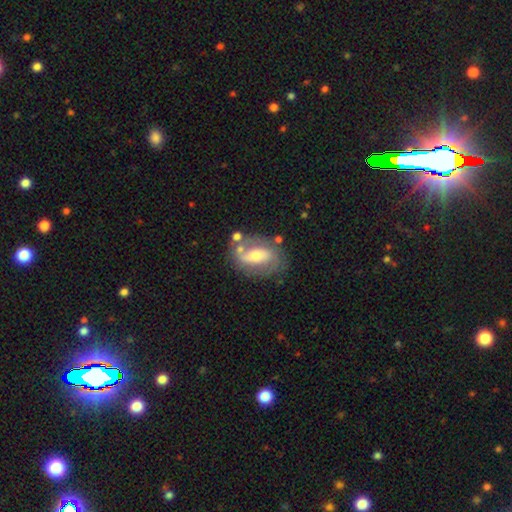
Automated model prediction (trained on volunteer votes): Smooth or featured? featured or disk (67%)
Edge-on disk? no (93%)
Bar? weak (36%)
Spiral arms? yes (75%)
Bulge size? moderate (62%)
Merging? none (66%)